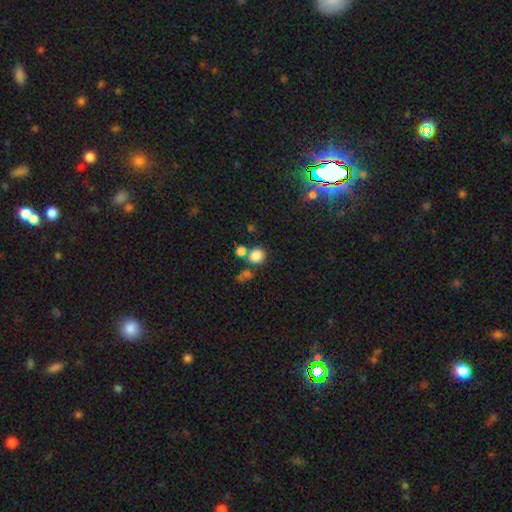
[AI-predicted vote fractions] This is clearly a smooth galaxy (83%). How rounded: clearly round (85%). Merging: likely none (64%).